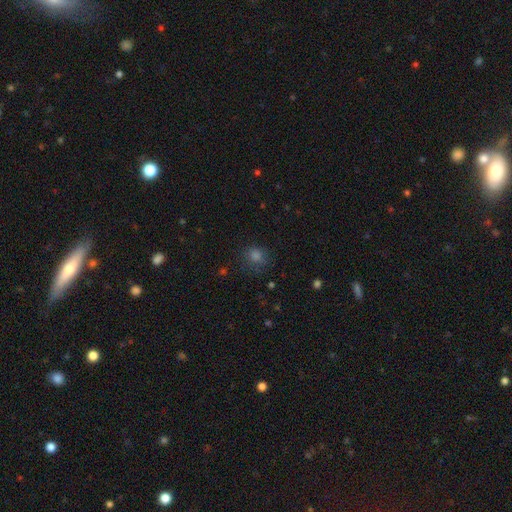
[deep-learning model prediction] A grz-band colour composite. It shows a smooth galaxy with no disk features (71%) that is round (79%). Merging: none (77%).